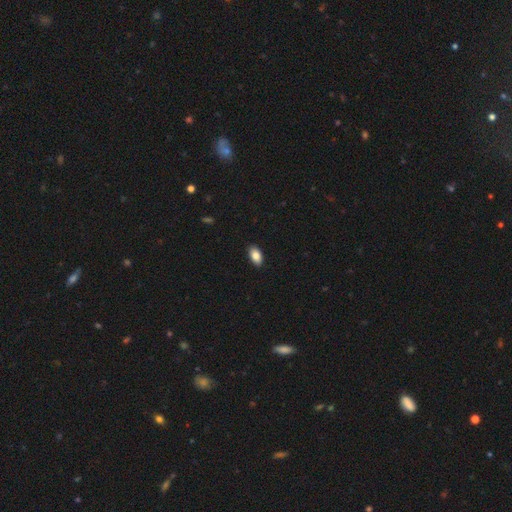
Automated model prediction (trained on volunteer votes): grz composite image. It shows a smooth galaxy with no disk features (86%) that is in between round and cigar-shaped (94%). Merging: none (90%).